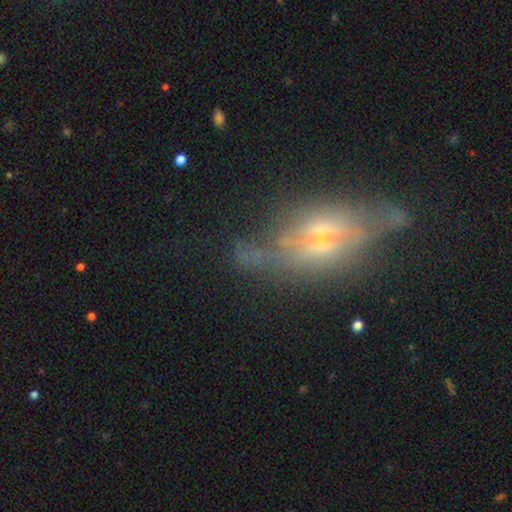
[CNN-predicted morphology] A featured or disk galaxy (65%) viewed edge-on (55%). Merging: none (50%).